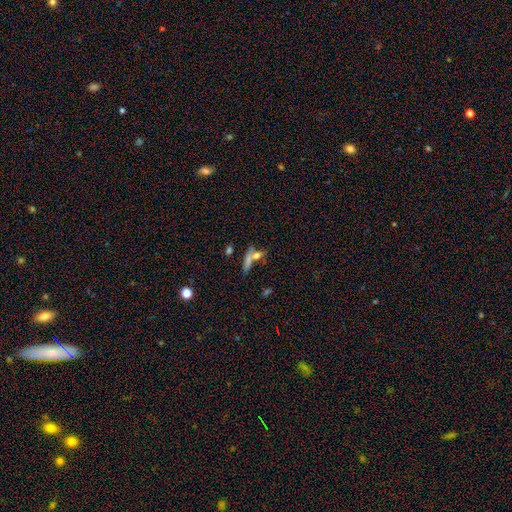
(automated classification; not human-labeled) A smooth galaxy with no disk features (60%) that is cigar-shaped (49%). Merging: none (42%).